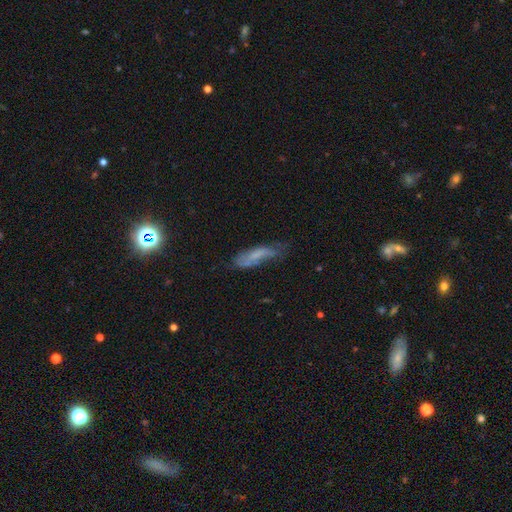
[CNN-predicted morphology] Overall: smooth (52%; featured or disk 36%). How rounded: cigar-shaped (58%; in between 39%). Merging: none (44%; minor disturbance 32%).